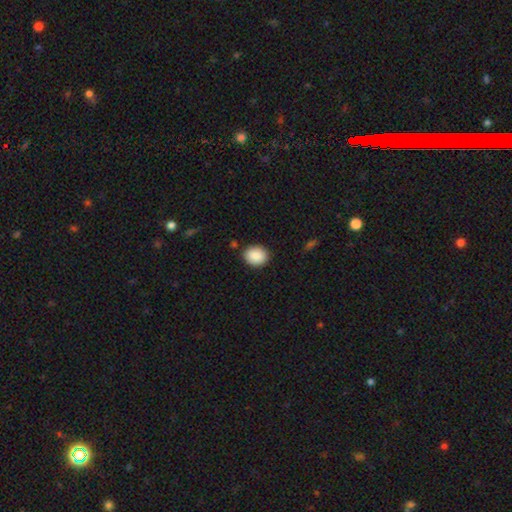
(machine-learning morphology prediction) smooth_or_featured: smooth (p=0.89) [alt: star or artifact p=0.07]
how_rounded: round (p=0.57) [alt: in between p=0.42]
merging: none (p=0.87) [alt: minor disturbance p=0.09]